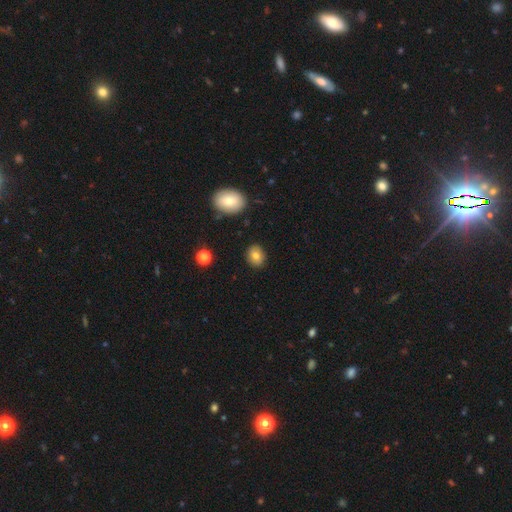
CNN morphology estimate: A smooth galaxy with no disk features (79%) that is round (56%). Merging: none (88%).